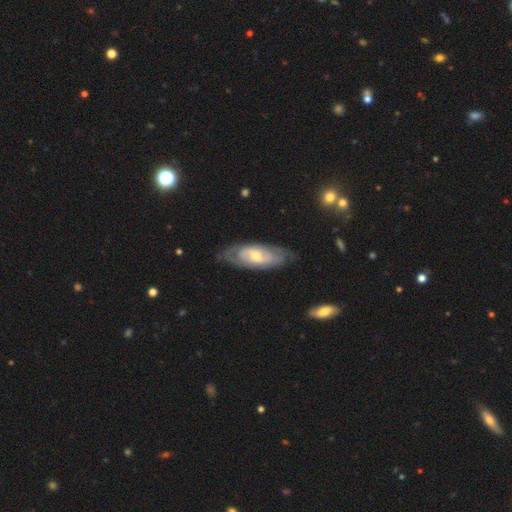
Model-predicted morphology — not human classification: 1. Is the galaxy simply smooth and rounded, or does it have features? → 73% featured or disk, 22% smooth, 5% star or artifact.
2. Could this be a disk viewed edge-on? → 87% no, 13% yes.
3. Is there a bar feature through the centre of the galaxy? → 56% no, 34% weak, 10% strong.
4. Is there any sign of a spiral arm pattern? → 74% yes, 26% no.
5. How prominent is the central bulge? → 54% moderate, 41% small, 3% large, 1% none, 1% dominant.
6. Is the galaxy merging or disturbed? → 75% none, 18% minor disturbance, 5% major disturbance, 1% merger.